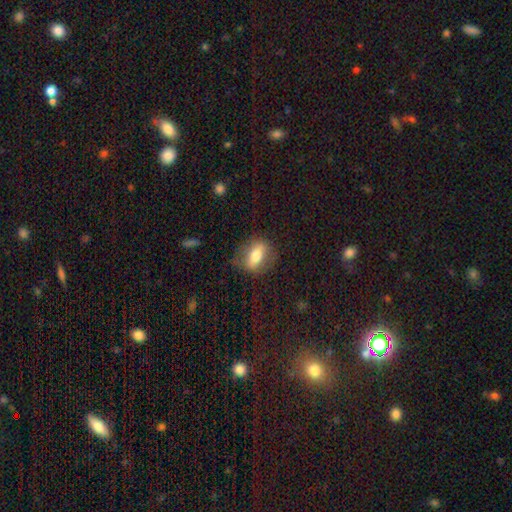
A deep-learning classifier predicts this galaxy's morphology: type=smooth (57%); roundness=in between (74%); merging=none (75%).